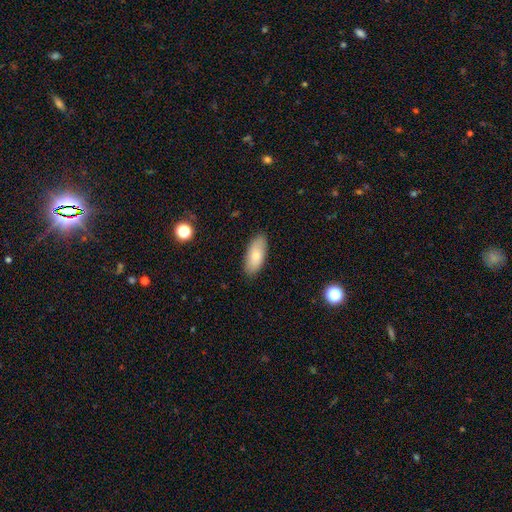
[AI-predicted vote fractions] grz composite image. It shows a smooth galaxy with no disk features (80%) that is in between round and cigar-shaped (87%). Merging: none (87%).